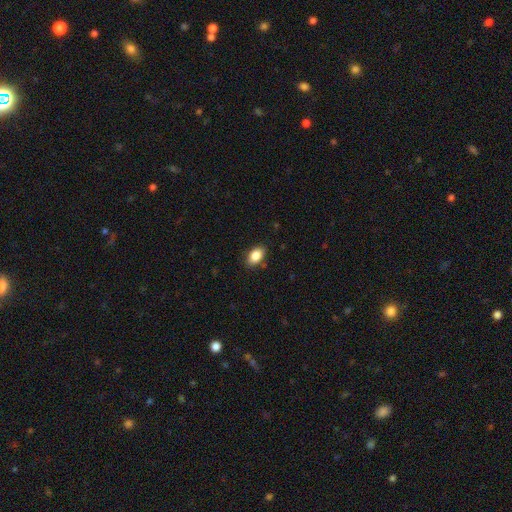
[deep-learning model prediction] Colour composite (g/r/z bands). It shows a smooth galaxy with no disk features (86%) that is in between round and cigar-shaped (89%). Merging: none (85%).